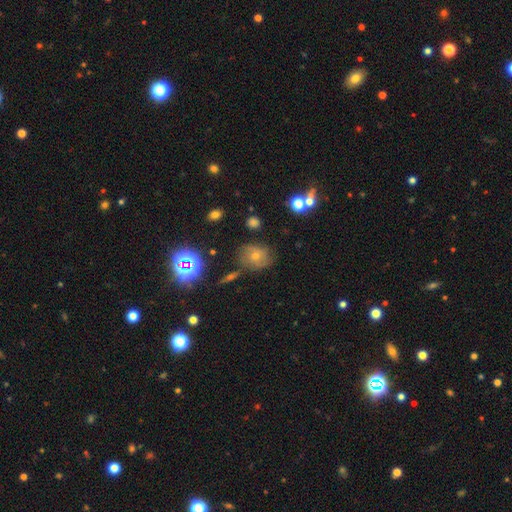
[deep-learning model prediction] The model was most divided on "smooth or featured": featured or disk: 34%, smooth: 33%, star or artifact: 33%. More confident: merging — none (72%).